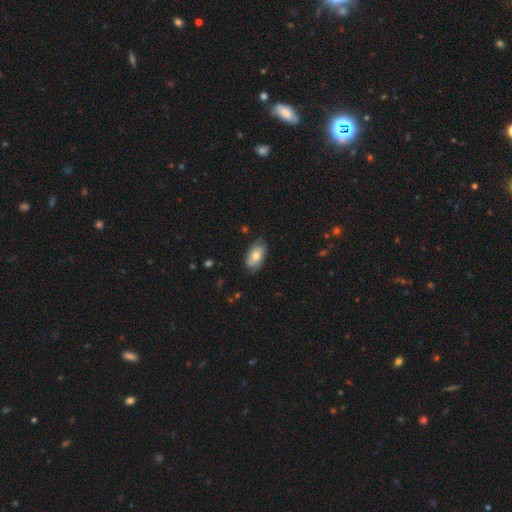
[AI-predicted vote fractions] This appears to be a smooth galaxy with no disk features (63%) that is in between round and cigar-shaped (93%). Merging: none (75%).